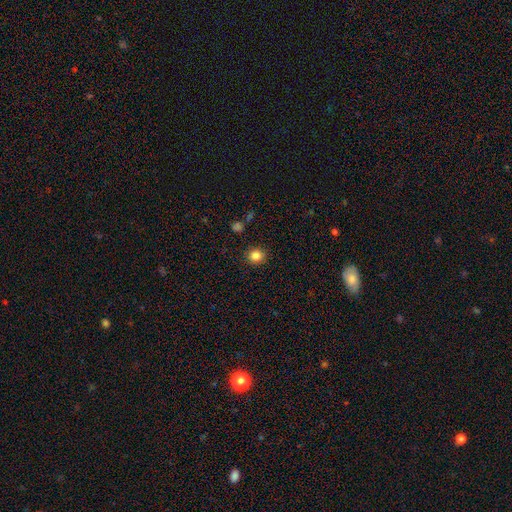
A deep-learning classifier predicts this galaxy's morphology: Smooth or featured? Predicted: smooth (p=0.84). How rounded? Predicted: round (p=0.85). Merging? Predicted: none (p=0.91).